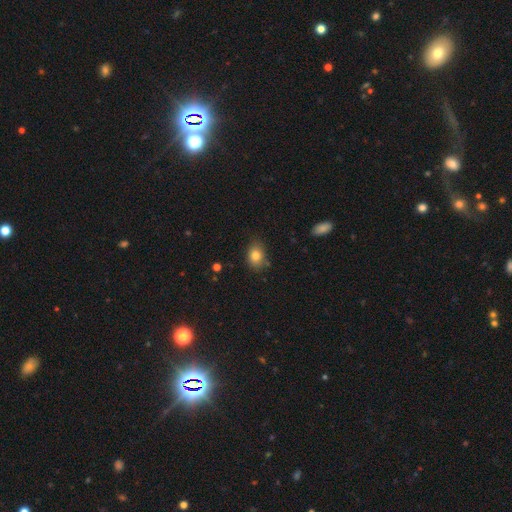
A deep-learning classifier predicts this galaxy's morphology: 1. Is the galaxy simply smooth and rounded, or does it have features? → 81% smooth, 10% star or artifact, 9% featured or disk.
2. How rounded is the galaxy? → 68% in between, 31% round, 1% cigar-shaped.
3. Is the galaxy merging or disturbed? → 73% none, 20% minor disturbance, 4% major disturbance, 2% merger.